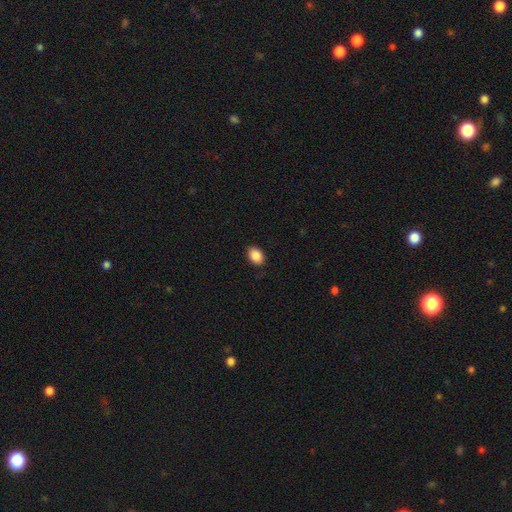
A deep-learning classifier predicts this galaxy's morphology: Smooth or featured: smooth — 88% (star or artifact — 8%)
How rounded: in between — 79% (round — 20%)
Merging: none — 88% (minor disturbance — 9%)